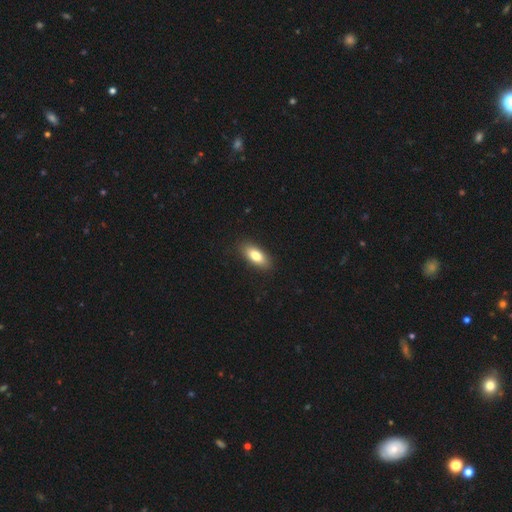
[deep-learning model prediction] A smooth galaxy with no disk features (81%) that is in between round and cigar-shaped (83%).

Vote fractions:
- Smooth or featured? smooth: 81% / featured or disk: 12% / star or artifact: 7%
- How rounded? in between: 83% / cigar-shaped: 14% / round: 3%
- Merging? none: 88% / minor disturbance: 9% / major disturbance: 2% / merger: 1%